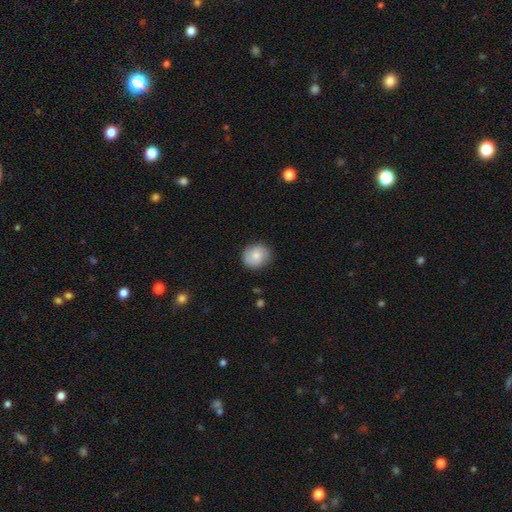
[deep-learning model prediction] A smooth galaxy with no disk features (73%) that is round (79%).

Vote fractions:
- Smooth or featured? smooth: 73% / featured or disk: 20% / star or artifact: 7%
- How rounded? round: 79% / in between: 20% / cigar-shaped: 1%
- Merging? none: 84% / minor disturbance: 12% / major disturbance: 3% / merger: 1%